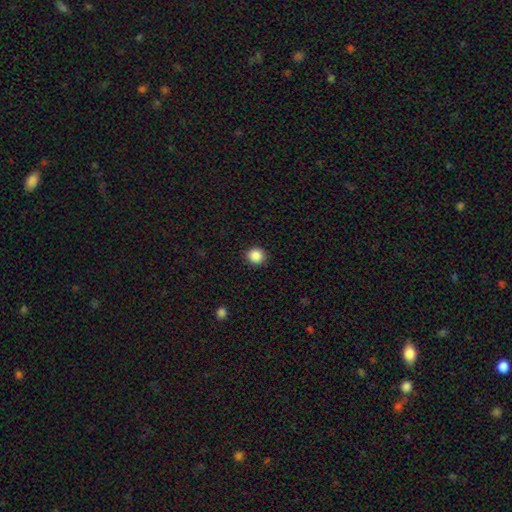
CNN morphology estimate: smooth_or_featured: smooth (p=0.87) [alt: star or artifact p=0.10]
how_rounded: round (p=0.93) [alt: in between p=0.06]
merging: none (p=0.92) [alt: minor disturbance p=0.05]